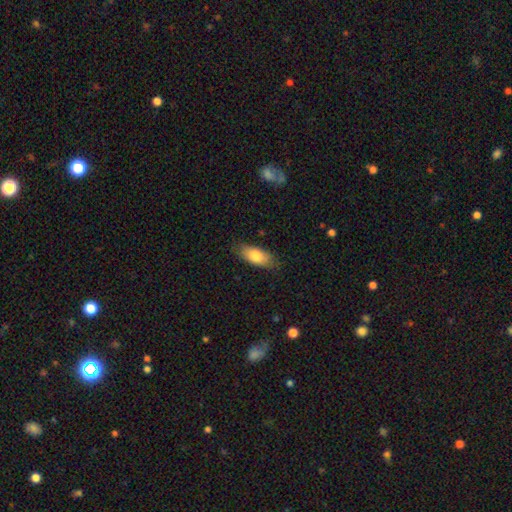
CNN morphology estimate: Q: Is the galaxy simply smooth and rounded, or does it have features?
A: smooth — 81%.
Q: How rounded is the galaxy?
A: in between — 85%.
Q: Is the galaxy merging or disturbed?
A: none — 80%.